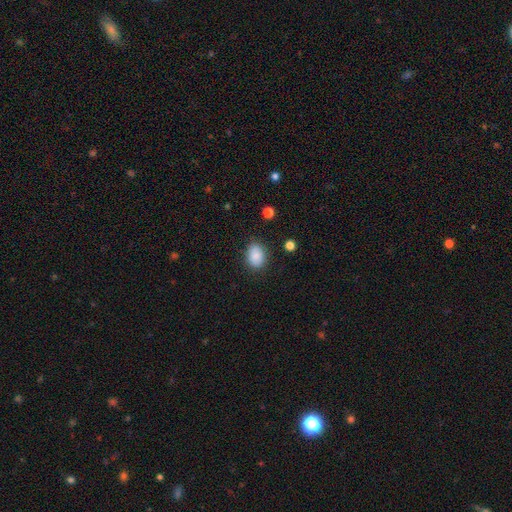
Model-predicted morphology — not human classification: Smooth or featured?
  - smooth: 86% *
  - star or artifact: 8%
  - featured or disk: 5%
How rounded?
  - in between: 74% *
  - round: 25%
  - cigar-shaped: 1%
Merging?
  - none: 84% *
  - minor disturbance: 12%
  - major disturbance: 3%
  - merger: 1%